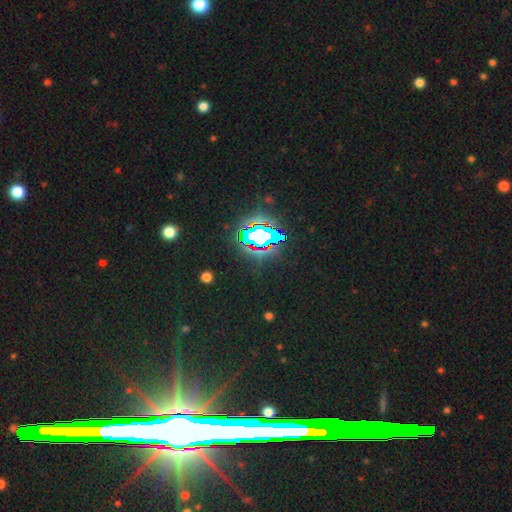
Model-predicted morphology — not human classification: Smooth or featured? Predicted: star or artifact (p=0.81).